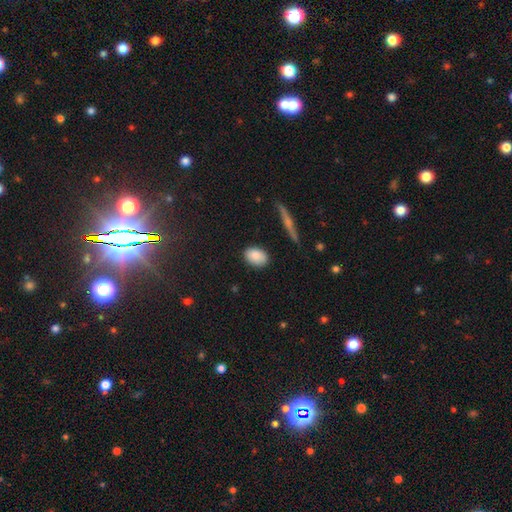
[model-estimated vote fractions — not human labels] Overall: smooth (85%). How rounded: in between (81%). Merging: none (85%).